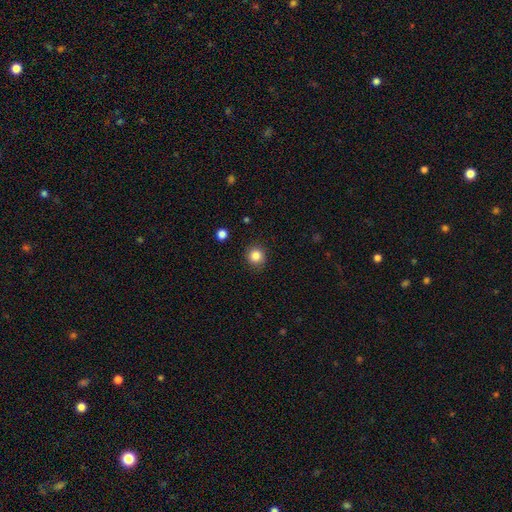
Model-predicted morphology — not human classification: This is clearly a smooth galaxy (85%). How rounded: clearly round (91%). Merging: clearly none (88%).